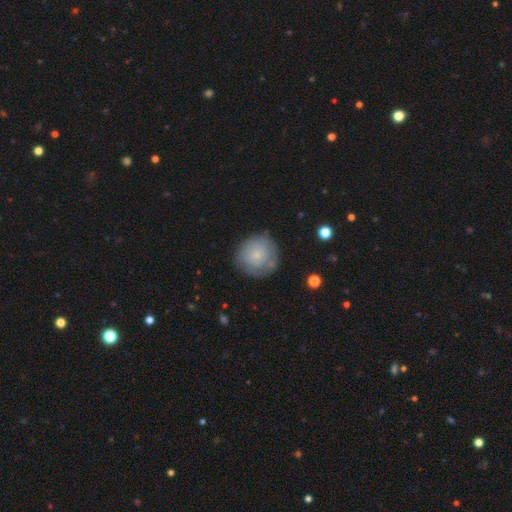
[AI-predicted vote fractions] smooth-or-featured: smooth: 68% | featured or disk: 25% | star or artifact: 8%
  how-rounded: round: 91% | in between: 8% | cigar-shaped: 1%
  merging: none: 72% | minor disturbance: 19% | major disturbance: 7% | merger: 3%